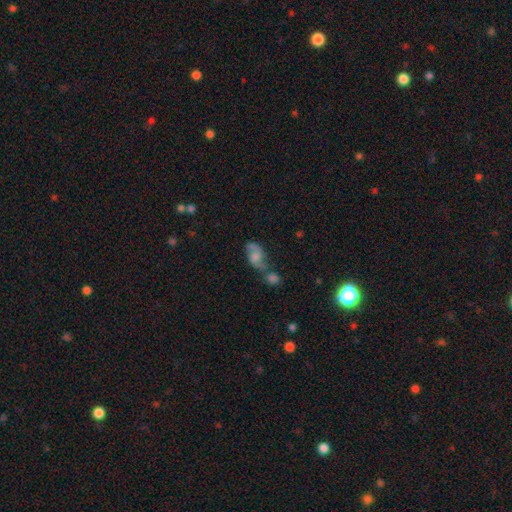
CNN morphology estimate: Smooth or featured? Predicted: featured or disk (p=0.48). Merging? Predicted: merger (p=0.41).